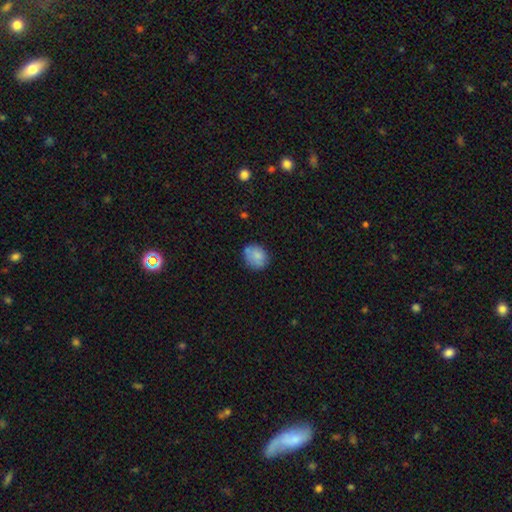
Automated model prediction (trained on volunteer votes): smooth-or-featured: smooth: 80% | featured or disk: 12% | star or artifact: 8%
  how-rounded: round: 64% | in between: 35% | cigar-shaped: 1%
  merging: none: 70% | minor disturbance: 20% | merger: 6% | major disturbance: 5%